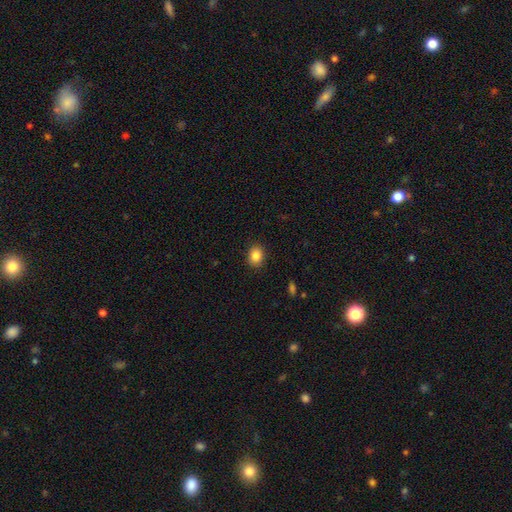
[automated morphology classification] Smooth or featured: smooth — 86% (star or artifact — 9%)
How rounded: round — 50% (in between — 49%)
Merging: none — 89% (minor disturbance — 8%)